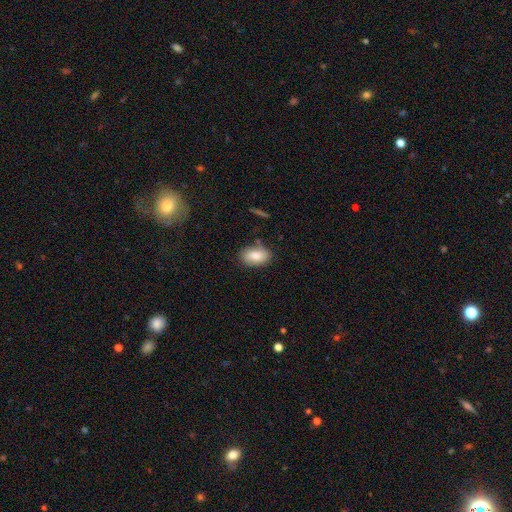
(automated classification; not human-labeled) Morphology: type=smooth (82%); roundness=in between (91%); merging=none (78%).